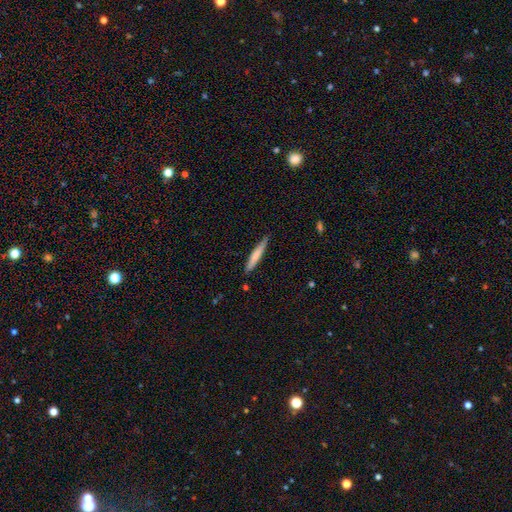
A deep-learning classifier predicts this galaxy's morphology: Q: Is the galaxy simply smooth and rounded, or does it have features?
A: smooth — 70%.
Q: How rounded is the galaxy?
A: cigar-shaped — 94%.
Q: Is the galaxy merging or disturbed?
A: none — 86%.